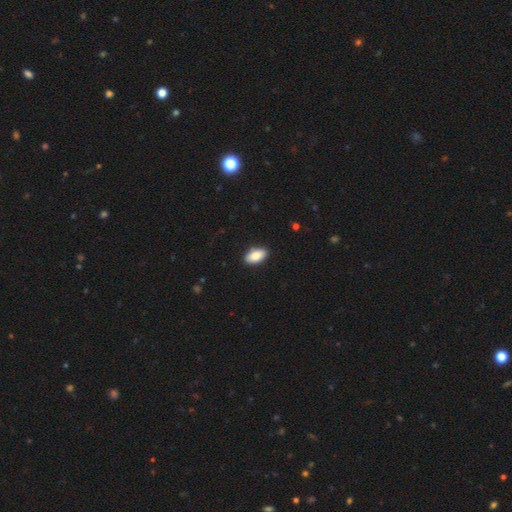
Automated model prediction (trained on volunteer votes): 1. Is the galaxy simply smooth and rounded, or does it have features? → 87% smooth, 7% featured or disk, 6% star or artifact.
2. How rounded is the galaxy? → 94% in between, 4% cigar-shaped, 3% round.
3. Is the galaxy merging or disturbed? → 89% none, 8% minor disturbance, 2% major disturbance, 1% merger.